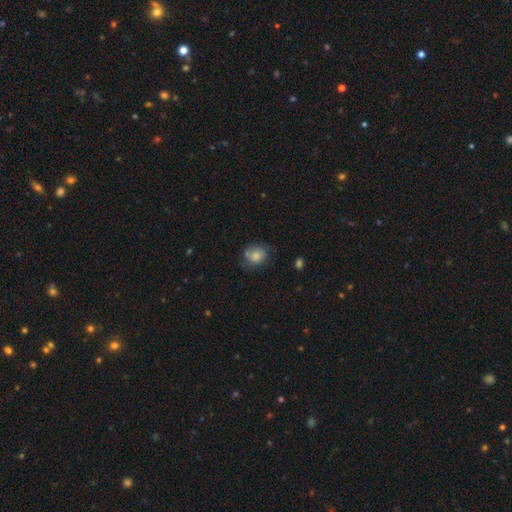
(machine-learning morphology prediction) smooth_or_featured: smooth (p=0.75) [alt: featured or disk p=0.16]
how_rounded: round (p=0.70) [alt: in between p=0.29]
merging: none (p=0.59) [alt: minor disturbance p=0.24]